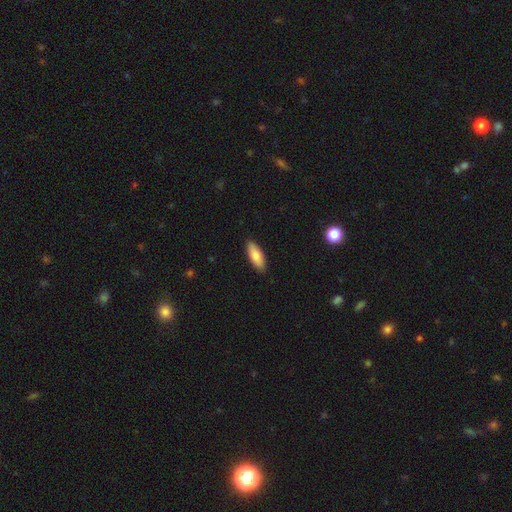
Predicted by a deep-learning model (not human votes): smooth-or-featured: smooth: 79% | featured or disk: 15% | star or artifact: 6%
  how-rounded: in between: 70% | cigar-shaped: 28% | round: 2%
  merging: none: 89% | minor disturbance: 8% | major disturbance: 2% | merger: 1%